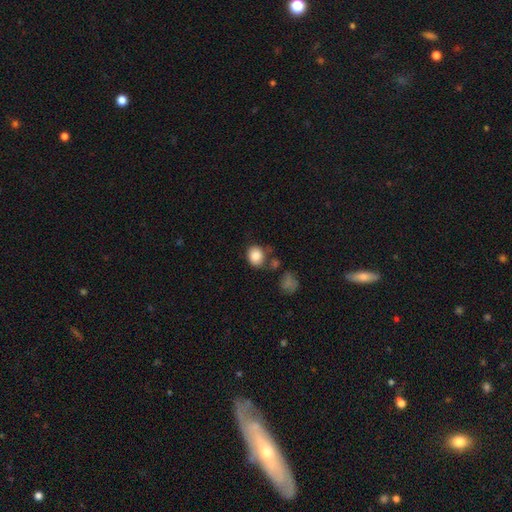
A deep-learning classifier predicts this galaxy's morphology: A smooth galaxy with no disk features (86%) that is round (56%).

Vote fractions:
- Smooth or featured? smooth: 86% / star or artifact: 9% / featured or disk: 5%
- How rounded? round: 56% / in between: 43% / cigar-shaped: 1%
- Merging? none: 64% / minor disturbance: 18% / merger: 12% / major disturbance: 7%